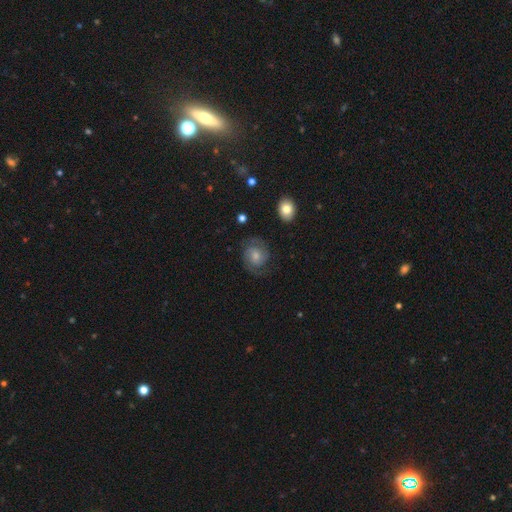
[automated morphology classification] A featured or disk galaxy (72%) with no bar (65%), 2 (87%) medium (46%) spiral arms (95%) and a small central bulge (46%). Merging: none (75%).